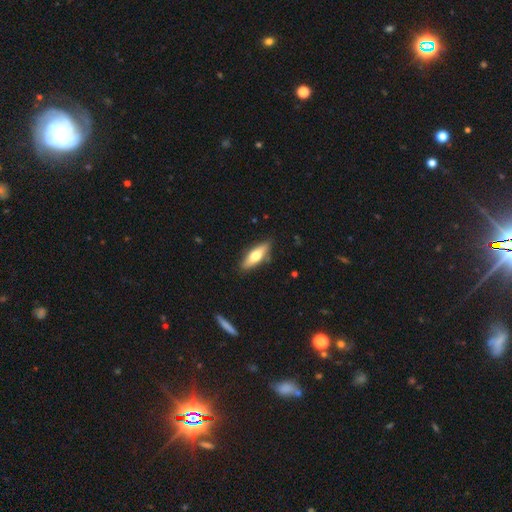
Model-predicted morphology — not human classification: A smooth galaxy with no disk features (59%) that is in between round and cigar-shaped (53%).

Vote fractions:
- Smooth or featured? smooth: 59% / featured or disk: 35% / star or artifact: 6%
- How rounded? in between: 53% / cigar-shaped: 44% / round: 2%
- Merging? none: 85% / minor disturbance: 11% / major disturbance: 2% / merger: 2%